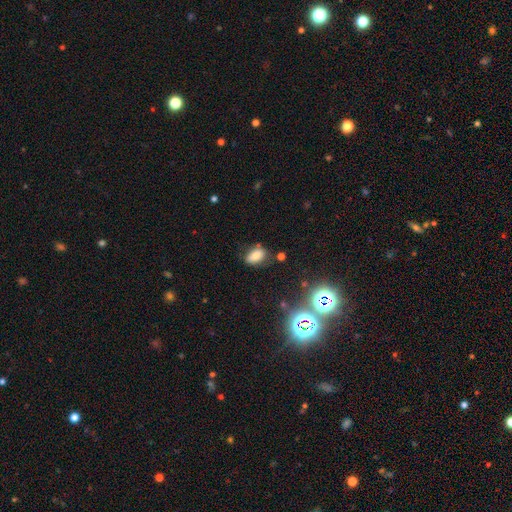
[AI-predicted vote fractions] Overall: smooth (75%). How rounded: in between (88%). Merging: none (72%).